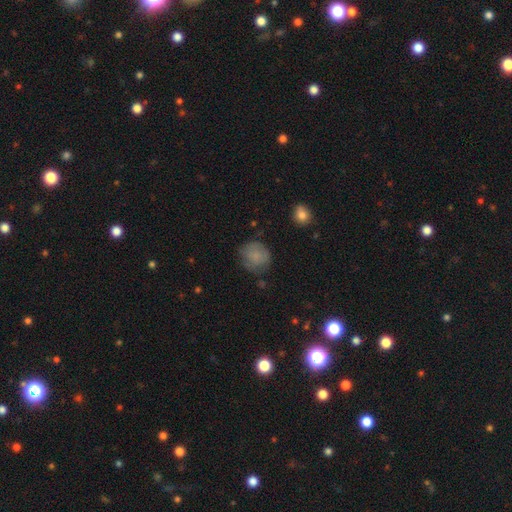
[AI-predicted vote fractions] smooth_or_featured: smooth (p=0.73) [alt: featured or disk p=0.18]
how_rounded: round (p=0.83) [alt: in between p=0.16]
merging: none (p=0.64) [alt: minor disturbance p=0.24]